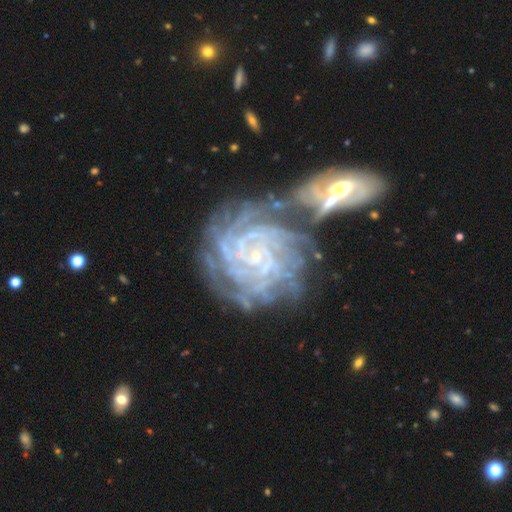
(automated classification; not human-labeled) This appears to be a featured or disk galaxy (88%) with no bar (62%), more than 4 (26%) tight (82%) spiral arms (97%) and a small central bulge (82%). Merging: merger (42%).